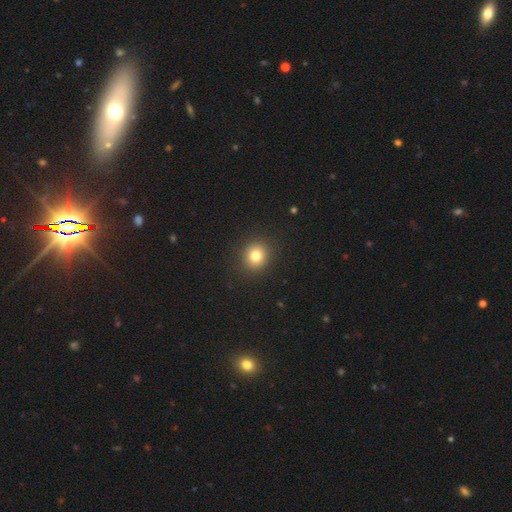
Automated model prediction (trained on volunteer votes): The model was most divided on "smooth or featured": smooth: 80%, star or artifact: 13%, featured or disk: 7%. More confident: merging — none (91%); how rounded — round (85%).